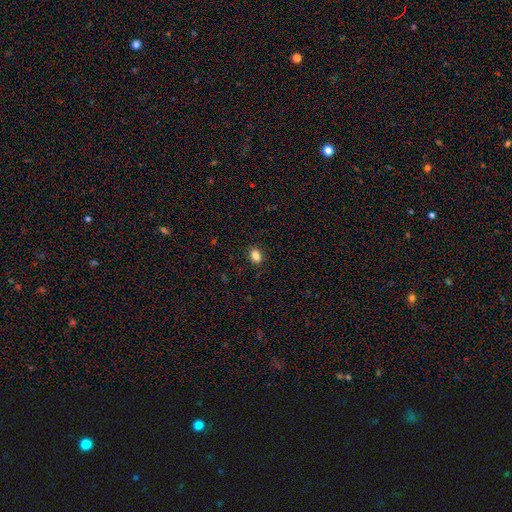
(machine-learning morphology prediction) Overall: smooth (86%). How rounded: in between (67%; round 32%). Merging: none (89%).